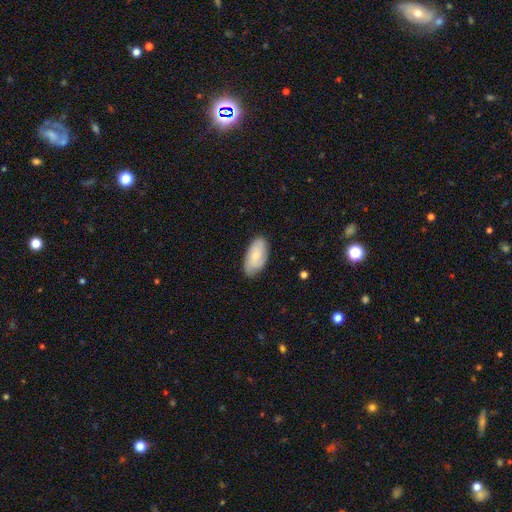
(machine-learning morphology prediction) Smooth or featured?
  - smooth: 60% *
  - featured or disk: 34%
  - star or artifact: 6%
How rounded?
  - in between: 93% *
  - cigar-shaped: 4%
  - round: 3%
Merging?
  - none: 76% *
  - minor disturbance: 19%
  - major disturbance: 3%
  - merger: 1%